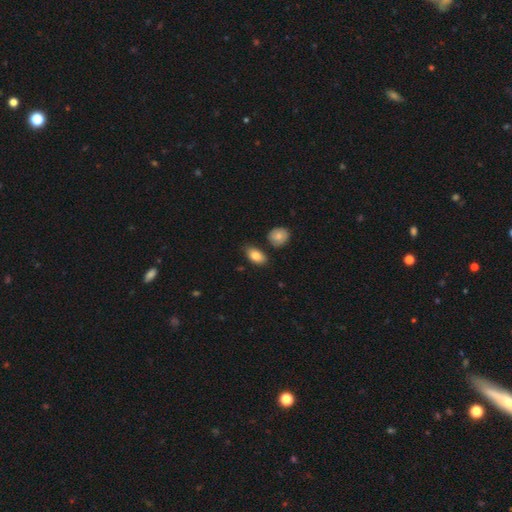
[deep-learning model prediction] A smooth galaxy with no disk features (83%) that is in between round and cigar-shaped (89%). Merging: none (74%).